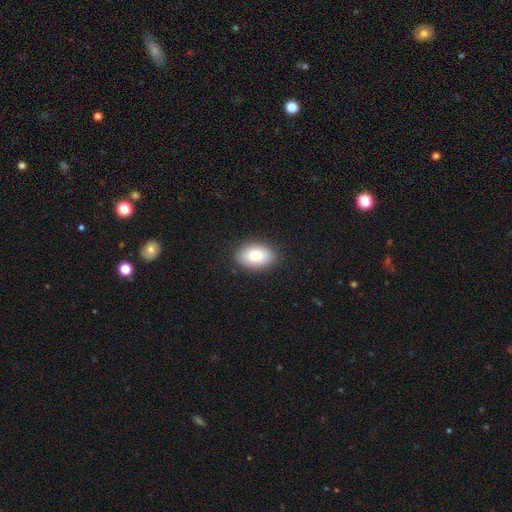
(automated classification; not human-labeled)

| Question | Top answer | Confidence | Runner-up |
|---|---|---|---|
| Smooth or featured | smooth | 81% | featured or disk (12%) |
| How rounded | in between | 86% | round (13%) |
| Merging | none | 87% | minor disturbance (9%) |